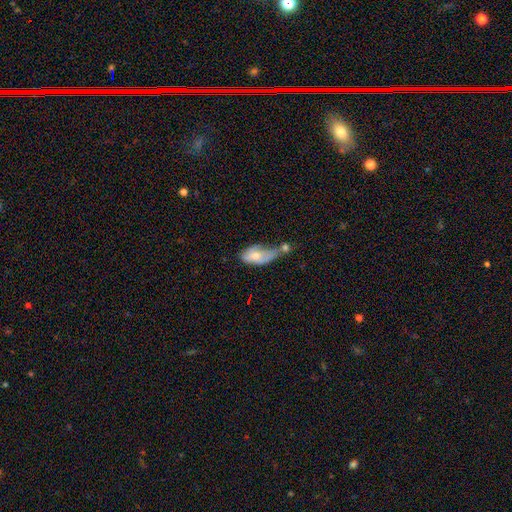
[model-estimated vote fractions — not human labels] Smooth or featured: smooth — 57% (featured or disk — 36%)
How rounded: in between — 88% (round — 6%)
Merging: merger — 37% (major disturbance — 24%)